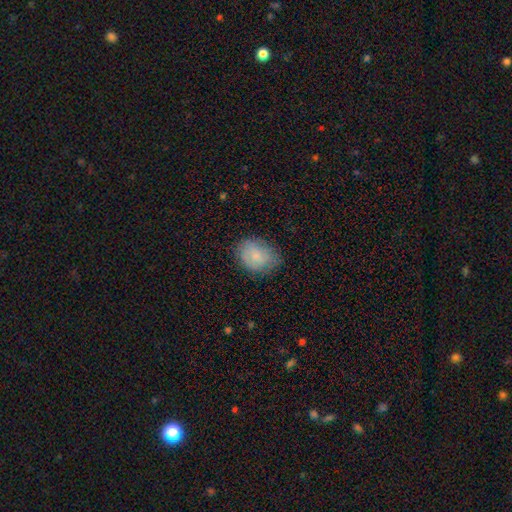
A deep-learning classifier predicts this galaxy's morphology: The model was most divided on "how rounded": in between: 65%, round: 34%, cigar-shaped: 1%. More confident: smooth or featured — smooth (80%); merging — none (72%).